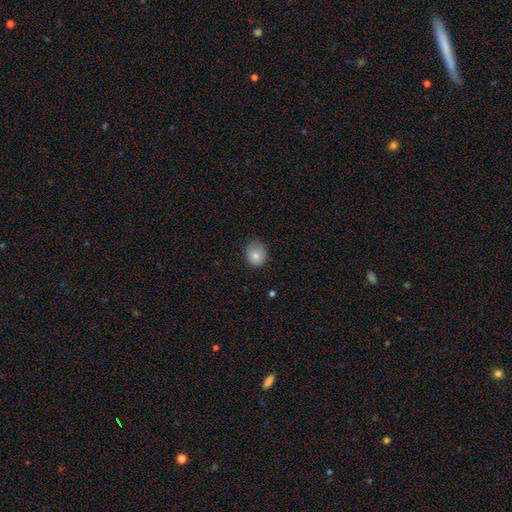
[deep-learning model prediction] This is clearly a smooth galaxy (82%). How rounded: likely round (74%). Merging: likely none (78%).